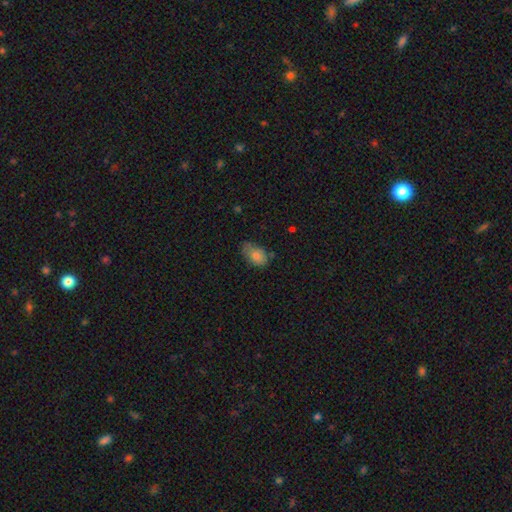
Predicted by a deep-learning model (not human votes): smooth 81%, star or artifact 9%, featured or disk 9%. Down the decision tree: how rounded — in between (87%); merging — none (54%).